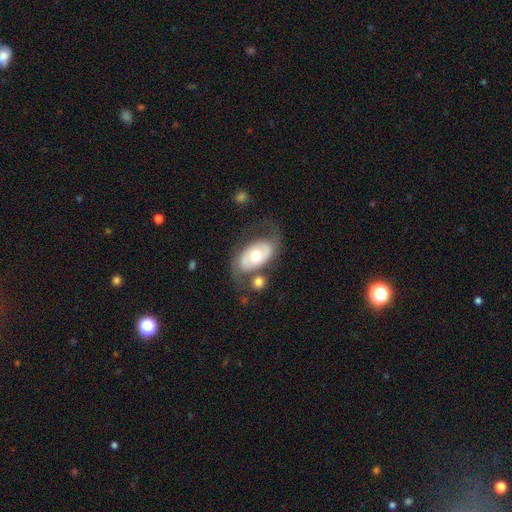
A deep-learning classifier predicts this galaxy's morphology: Q: Smooth or featured?
A: featured or disk (56%); runner-up: smooth (38%)
Q: Edge-on disk?
A: no (92%); runner-up: yes (8%)
Q: Bar?
A: no (77%); runner-up: weak (17%)
Q: Spiral arms?
A: no (54%); runner-up: yes (46%)
Q: Bulge size?
A: moderate (73%); runner-up: large (15%)
Q: Merging?
A: none (56%); runner-up: minor disturbance (18%)